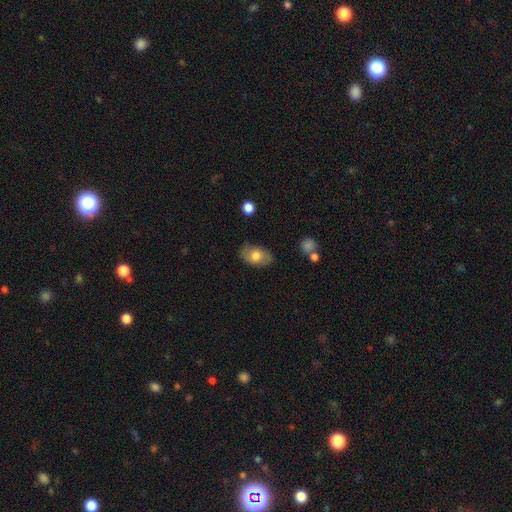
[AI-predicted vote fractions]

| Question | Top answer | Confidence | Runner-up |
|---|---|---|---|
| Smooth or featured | smooth | 72% | featured or disk (21%) |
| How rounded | in between | 89% | round (9%) |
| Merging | none | 78% | minor disturbance (16%) |